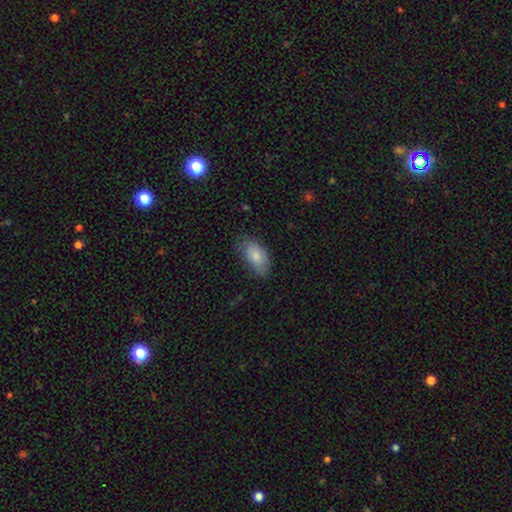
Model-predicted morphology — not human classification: A smooth galaxy with no disk features (81%) that is in between round and cigar-shaped (93%). Merging: none (65%).